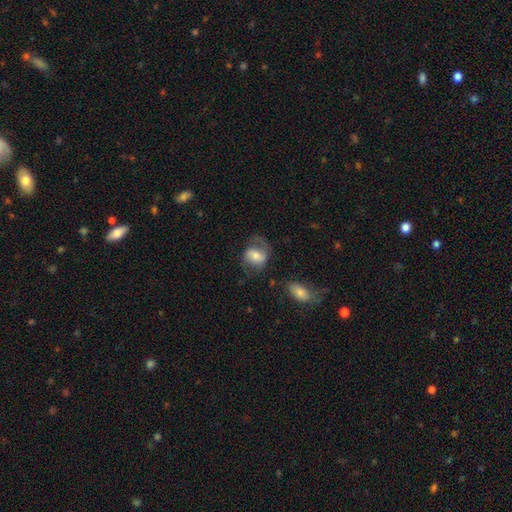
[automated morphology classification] Q: Smooth or featured?
A: smooth (49%); runner-up: featured or disk (43%)
Q: Merging?
A: none (48%); runner-up: major disturbance (25%)